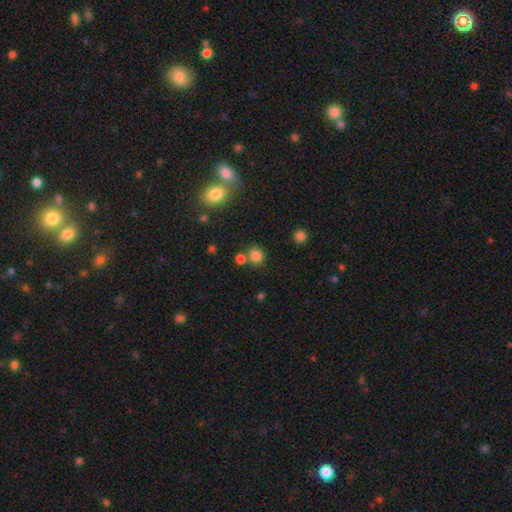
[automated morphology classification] The model was most divided on "merging": none: 69%, merger: 18%, minor disturbance: 9%, major disturbance: 3%. More confident: how rounded — round (85%); smooth or featured — smooth (81%).